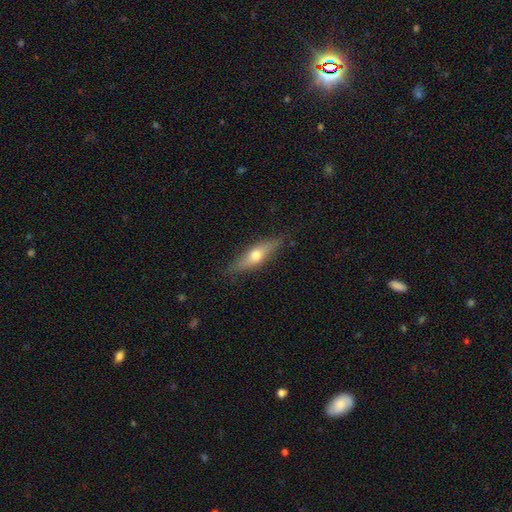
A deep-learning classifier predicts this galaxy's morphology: Q: Smooth or featured?
A: smooth (48%); runner-up: featured or disk (45%)
Q: Merging?
A: none (83%); runner-up: minor disturbance (13%)